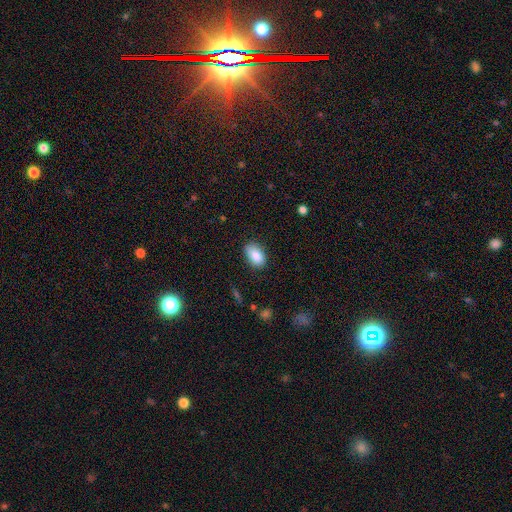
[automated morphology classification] This is clearly a smooth galaxy (87%). How rounded: clearly in between (92%). Merging: likely none (80%).